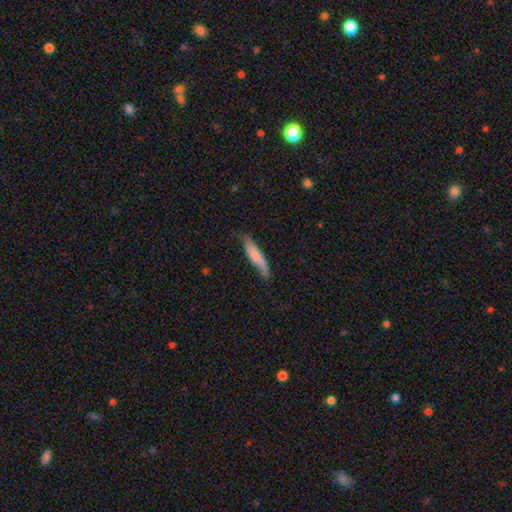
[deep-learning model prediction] Smooth or featured? Predicted: smooth (p=0.70). How rounded? Predicted: cigar-shaped (p=0.81). Merging? Predicted: none (p=0.60).